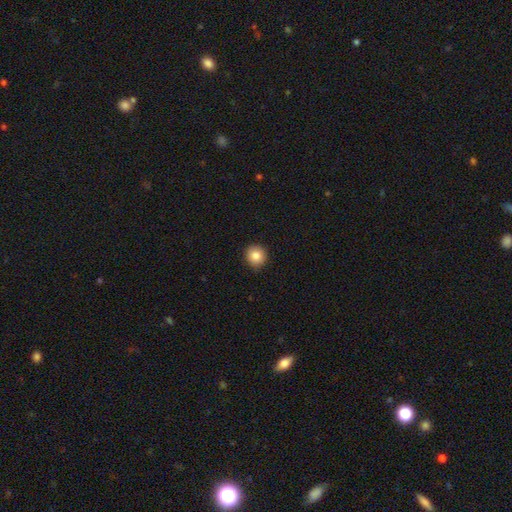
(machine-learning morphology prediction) The model was most divided on "smooth or featured": smooth: 84%, star or artifact: 9%, featured or disk: 6%. More confident: how rounded — round (93%); merging — none (91%).